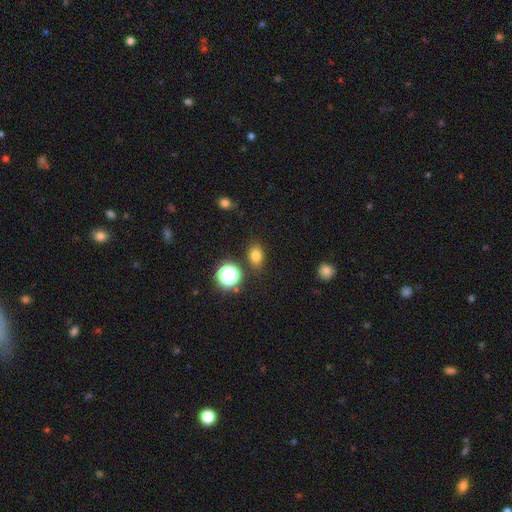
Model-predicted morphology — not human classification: Smooth or featured?
  - smooth: 77% *
  - star or artifact: 16%
  - featured or disk: 7%
How rounded?
  - in between: 68% *
  - round: 31%
  - cigar-shaped: 2%
Merging?
  - none: 83% *
  - minor disturbance: 10%
  - merger: 4%
  - major disturbance: 3%